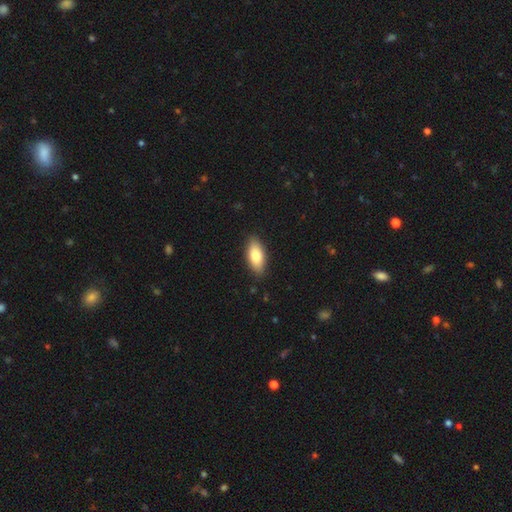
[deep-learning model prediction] smooth_or_featured: smooth (p=0.81) [alt: featured or disk p=0.14]
how_rounded: in between (p=0.86) [alt: cigar-shaped p=0.11]
merging: none (p=0.88) [alt: minor disturbance p=0.10]